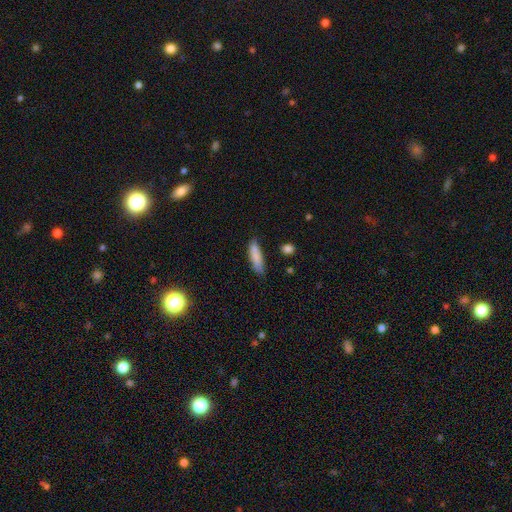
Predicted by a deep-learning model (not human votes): Smooth or featured? Predicted: smooth (p=0.85). How rounded? Predicted: cigar-shaped (p=0.65). Merging? Predicted: none (p=0.79).